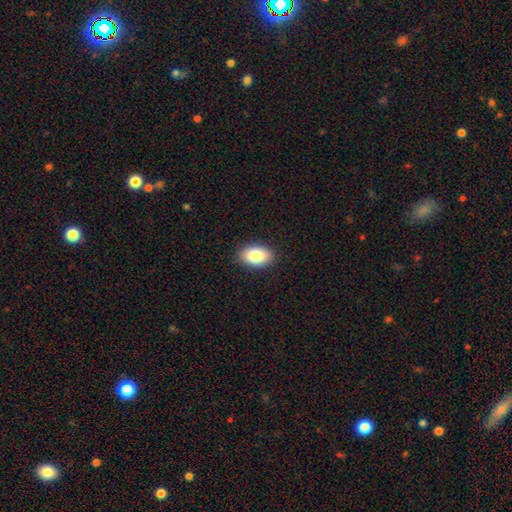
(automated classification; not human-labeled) This appears to be a smooth galaxy with no disk features (83%) that is in between round and cigar-shaped (89%). Merging: none (90%).